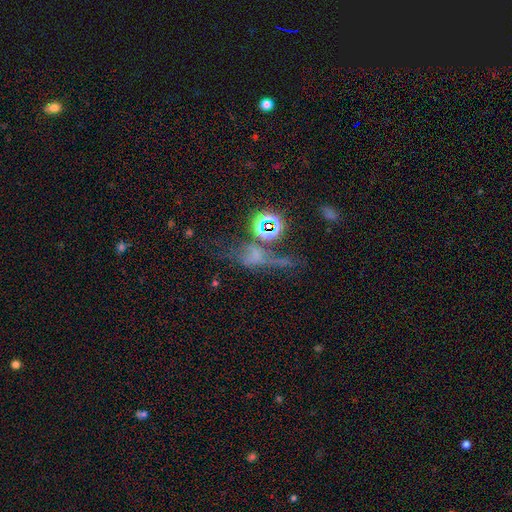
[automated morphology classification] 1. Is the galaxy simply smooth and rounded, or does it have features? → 39% star or artifact, 32% smooth, 29% featured or disk.